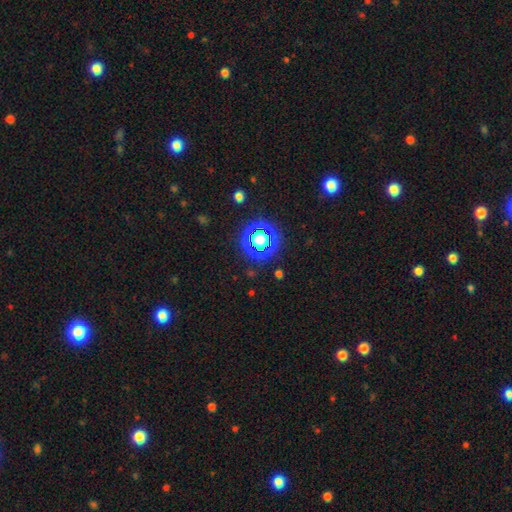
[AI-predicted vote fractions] A star or artifact, not a galaxy (79%).